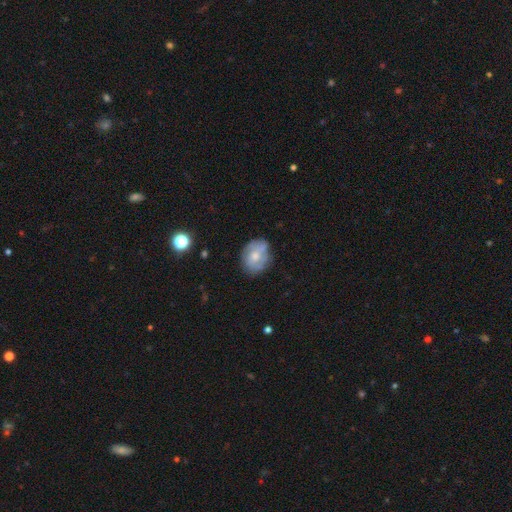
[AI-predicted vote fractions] A smooth galaxy with no disk features (49%).

Vote fractions:
- Smooth or featured? smooth: 49% / featured or disk: 44% / star or artifact: 7%
- Merging? none: 65% / minor disturbance: 24% / major disturbance: 8% / merger: 3%